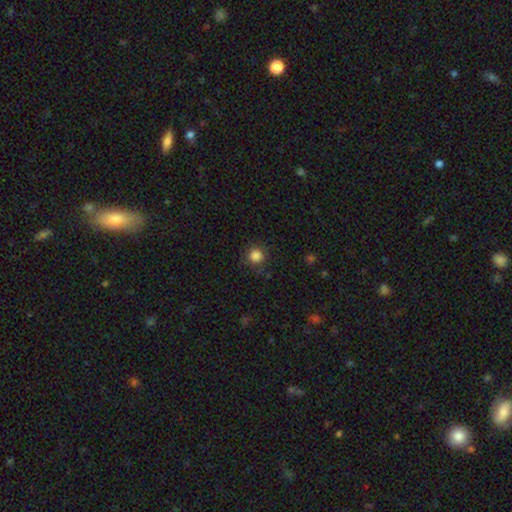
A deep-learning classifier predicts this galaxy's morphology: A smooth galaxy with no disk features (85%) that is round (93%). Merging: none (83%).